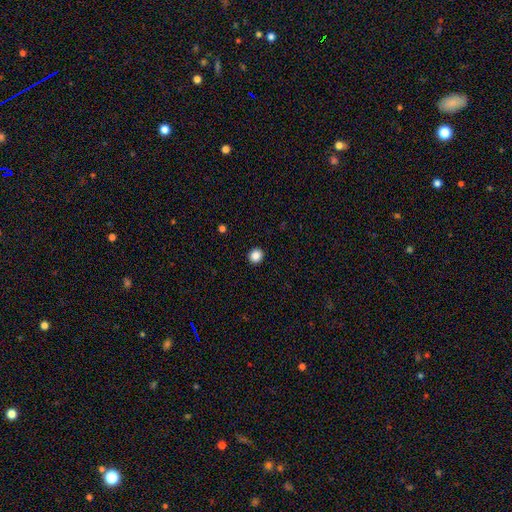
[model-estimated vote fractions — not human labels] The model was most divided on "smooth or featured": smooth: 86%, star or artifact: 10%, featured or disk: 3%. More confident: merging — none (93%); how rounded — round (89%).